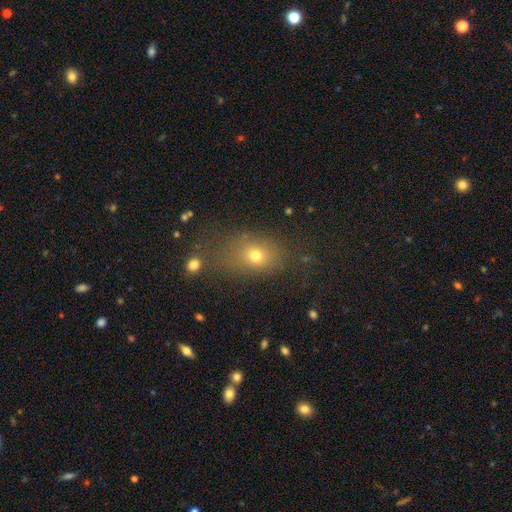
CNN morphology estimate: The model was most divided on "how rounded": in between: 62%, round: 36%, cigar-shaped: 2%. More confident: smooth or featured — smooth (69%); merging — none (65%).